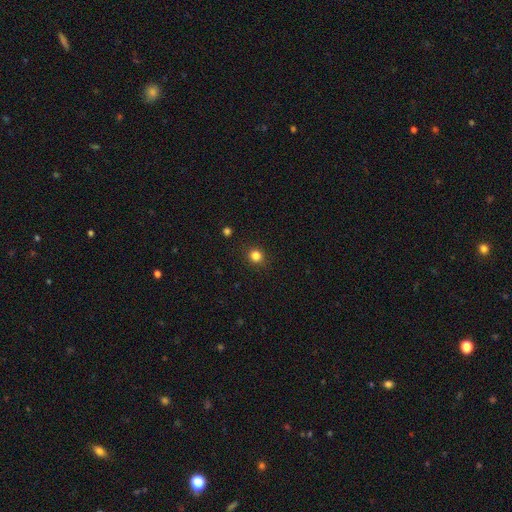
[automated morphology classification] Q: Smooth or featured?
A: smooth (83%); runner-up: star or artifact (13%)
Q: How rounded?
A: round (86%); runner-up: in between (13%)
Q: Merging?
A: none (90%); runner-up: minor disturbance (7%)